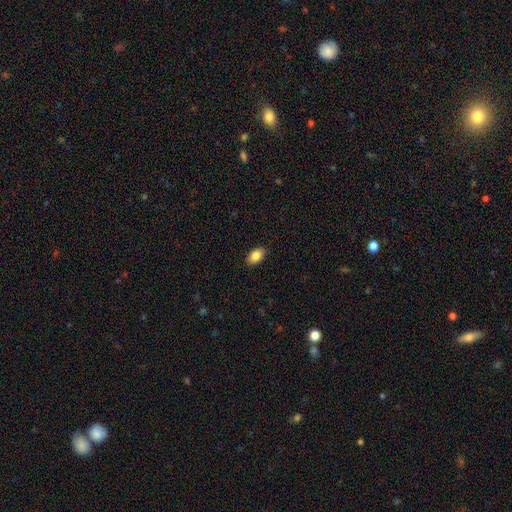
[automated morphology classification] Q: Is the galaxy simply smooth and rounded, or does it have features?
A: smooth — 86%.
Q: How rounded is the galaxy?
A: in between — 90%.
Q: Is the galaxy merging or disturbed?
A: none — 88%.